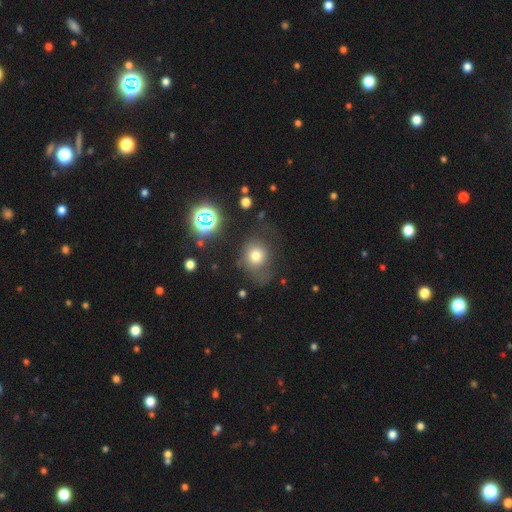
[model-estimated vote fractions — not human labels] Smooth or featured? smooth (71%)
How rounded? round (75%)
Merging? none (52%)